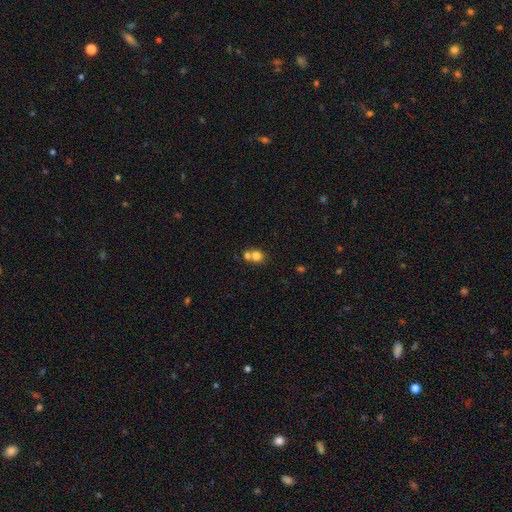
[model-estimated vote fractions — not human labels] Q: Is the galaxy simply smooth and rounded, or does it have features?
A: smooth — 76%.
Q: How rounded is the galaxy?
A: round — 75%.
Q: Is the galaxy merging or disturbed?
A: merger — 52%.